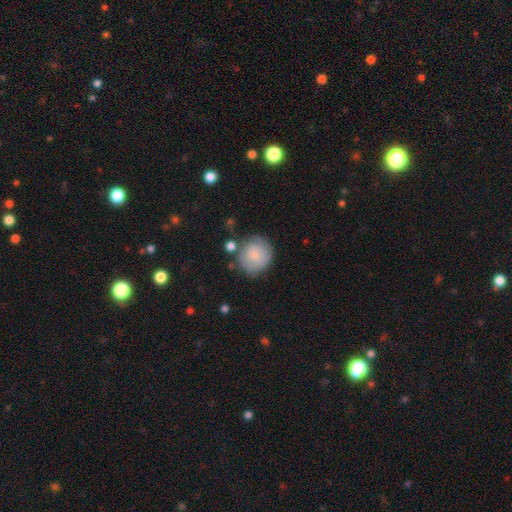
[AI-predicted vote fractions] smooth-or-featured: smooth: 80% | featured or disk: 13% | star or artifact: 7%
  how-rounded: round: 86% | in between: 13% | cigar-shaped: 1%
  merging: none: 66% | minor disturbance: 20% | merger: 7% | major disturbance: 7%